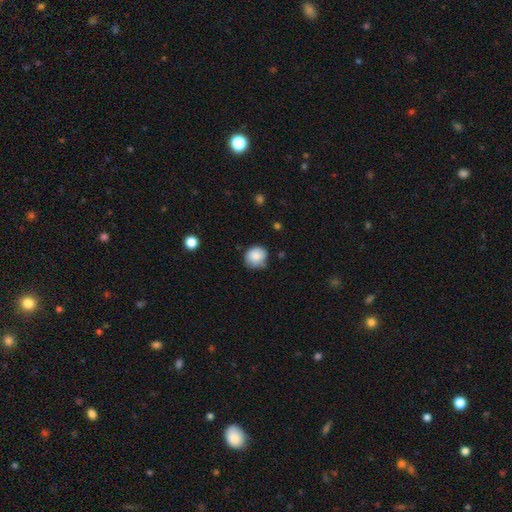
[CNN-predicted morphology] Q: Smooth or featured?
A: smooth (86%); runner-up: star or artifact (8%)
Q: How rounded?
A: round (79%); runner-up: in between (20%)
Q: Merging?
A: none (72%); runner-up: minor disturbance (22%)